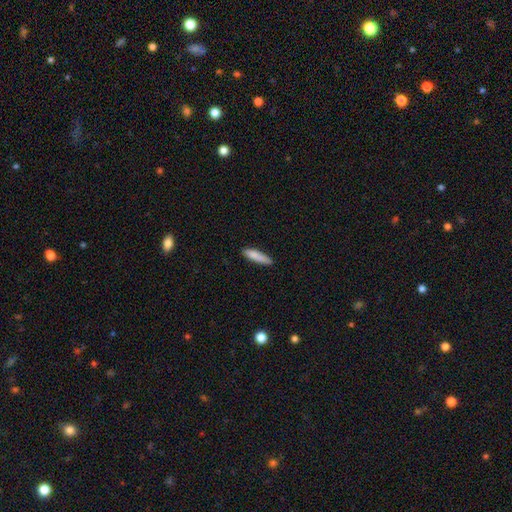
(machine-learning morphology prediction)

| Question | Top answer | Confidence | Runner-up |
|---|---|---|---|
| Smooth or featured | smooth | 84% | featured or disk (9%) |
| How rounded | cigar-shaped | 77% | in between (21%) |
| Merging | none | 82% | minor disturbance (14%) |